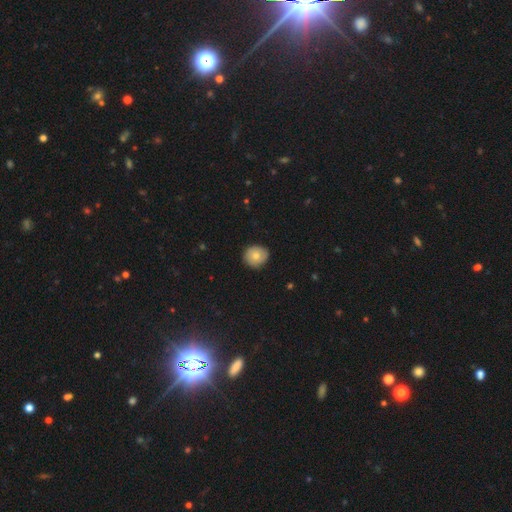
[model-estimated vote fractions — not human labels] Smooth or featured?
  - smooth: 76% *
  - featured or disk: 16%
  - star or artifact: 8%
How rounded?
  - round: 85% *
  - in between: 14%
  - cigar-shaped: 1%
Merging?
  - none: 86% *
  - minor disturbance: 11%
  - major disturbance: 2%
  - merger: 1%